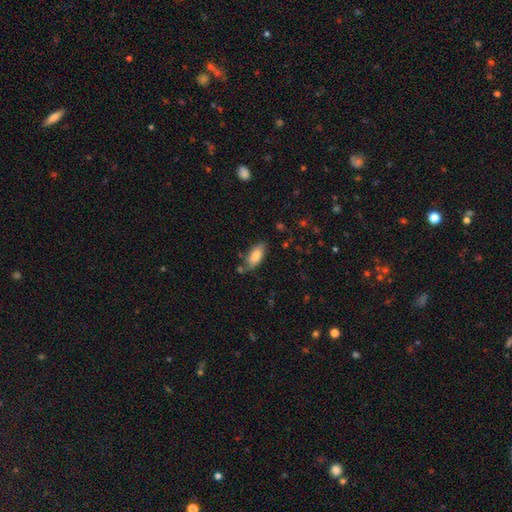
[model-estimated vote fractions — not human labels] smooth 81%, featured or disk 12%, star or artifact 7%. Down the decision tree: how rounded — in between (85%); merging — none (71%).